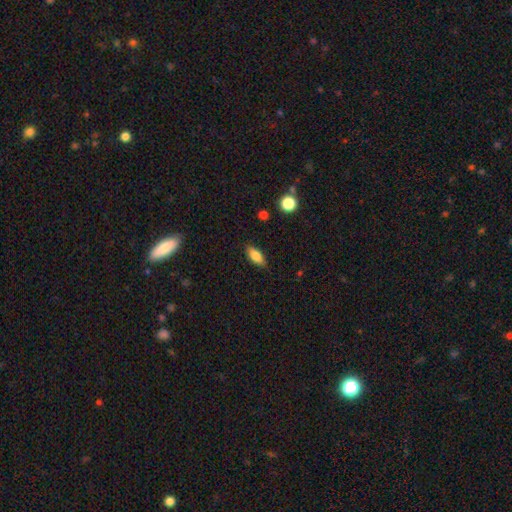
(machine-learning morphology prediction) smooth-or-featured: smooth: 79% | featured or disk: 13% | star or artifact: 8%
  how-rounded: in between: 78% | cigar-shaped: 19% | round: 3%
  merging: none: 83% | minor disturbance: 13% | major disturbance: 3% | merger: 1%